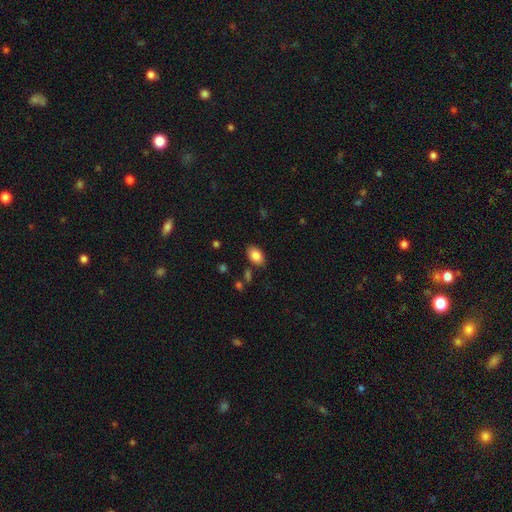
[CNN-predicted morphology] The model was most divided on "merging": none: 83%, minor disturbance: 11%, major disturbance: 3%, merger: 3%. More confident: how rounded — in between (88%); smooth or featured — smooth (86%).